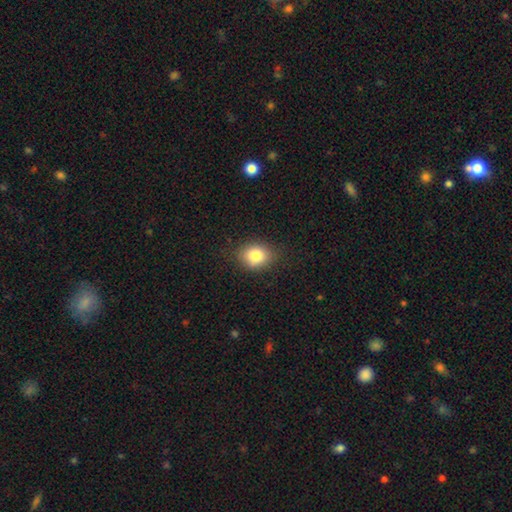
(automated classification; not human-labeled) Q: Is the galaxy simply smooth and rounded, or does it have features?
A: smooth — 83%.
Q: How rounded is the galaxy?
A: in between — 50%.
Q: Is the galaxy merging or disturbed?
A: none — 83%.